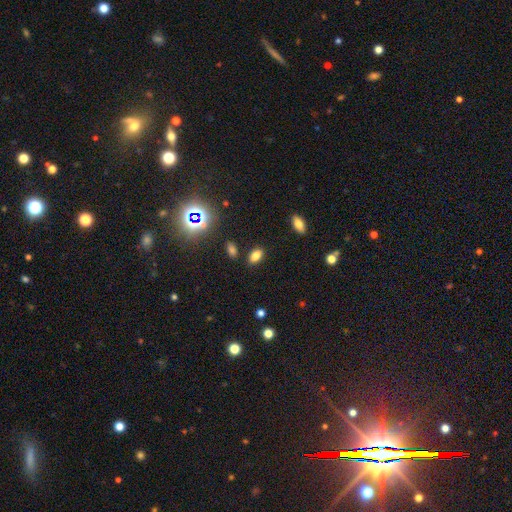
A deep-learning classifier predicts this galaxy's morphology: Smooth or featured? smooth (78%)
How rounded? in between (89%)
Merging? none (85%)